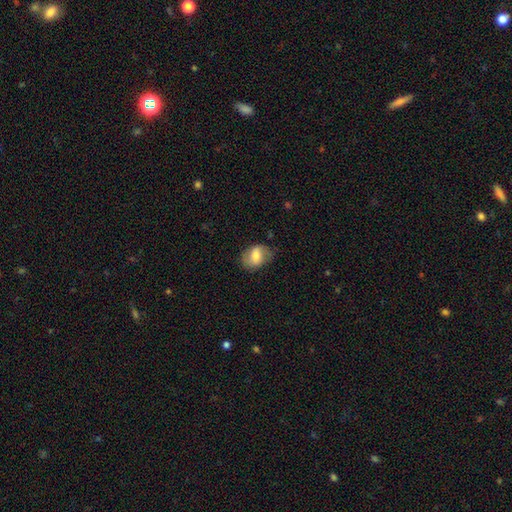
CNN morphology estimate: type=smooth (65%); roundness=in between (73%); merging=none (66%).